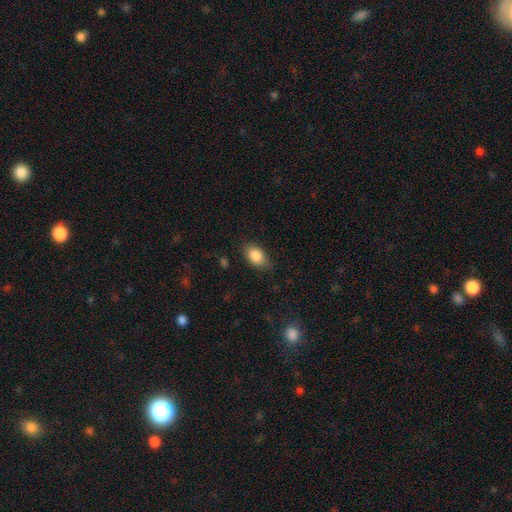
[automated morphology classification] Smooth or featured? smooth (86%)
How rounded? in between (88%)
Merging? none (82%)